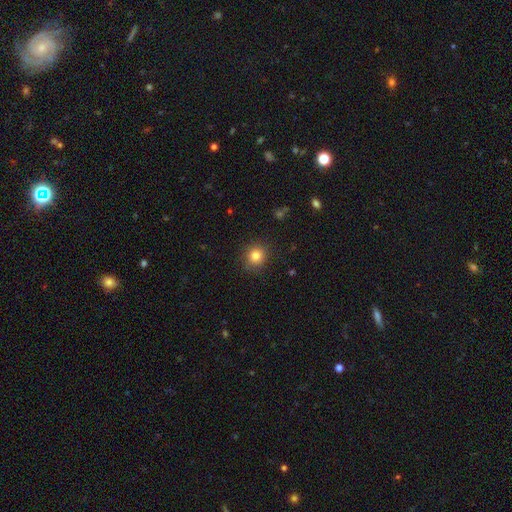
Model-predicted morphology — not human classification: A smooth galaxy with no disk features (83%) that is round (86%).

Vote fractions:
- Smooth or featured? smooth: 83% / star or artifact: 11% / featured or disk: 6%
- How rounded? round: 86% / in between: 13% / cigar-shaped: 1%
- Merging? none: 87% / minor disturbance: 9% / major disturbance: 3% / merger: 1%